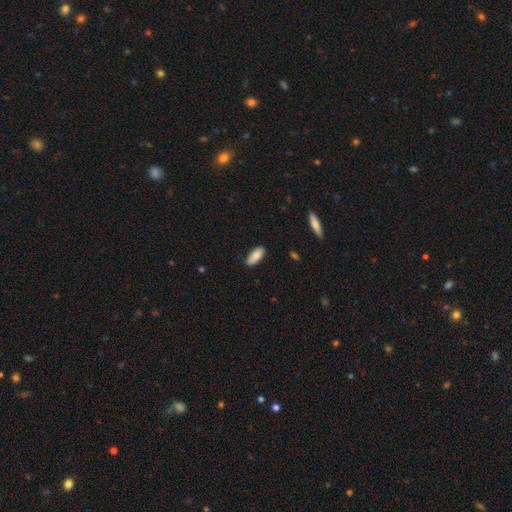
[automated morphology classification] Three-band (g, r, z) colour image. It shows a smooth galaxy with no disk features (86%) that is in between round and cigar-shaped (79%). Merging: none (87%).